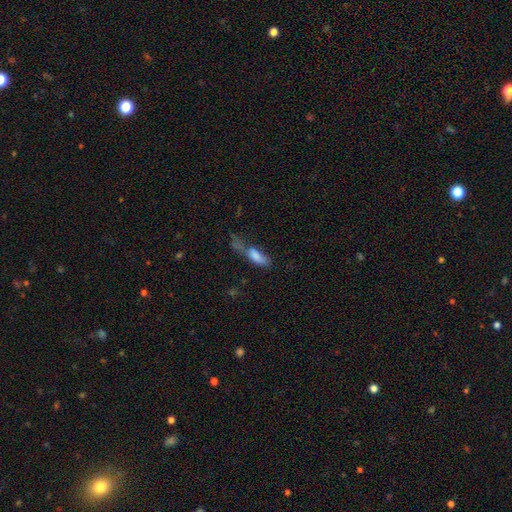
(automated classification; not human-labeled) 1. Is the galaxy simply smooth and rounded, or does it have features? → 76% smooth, 14% featured or disk, 11% star or artifact.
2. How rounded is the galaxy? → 63% in between, 34% cigar-shaped, 3% round.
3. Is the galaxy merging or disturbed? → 29% merger, 26% major disturbance, 24% none, 21% minor disturbance.